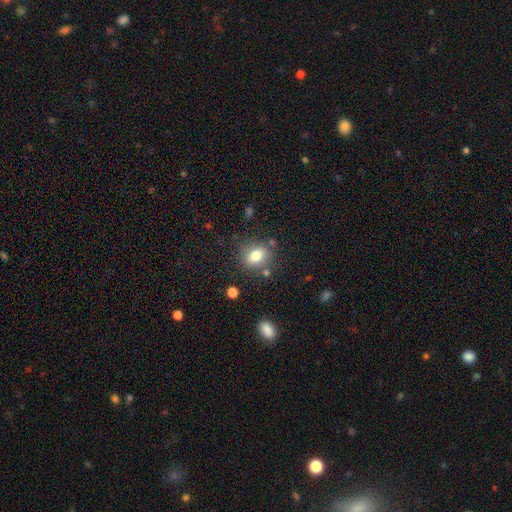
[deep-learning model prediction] Smooth or featured: smooth — 76% (featured or disk — 12%)
How rounded: round — 62% (in between — 37%)
Merging: none — 78% (minor disturbance — 13%)